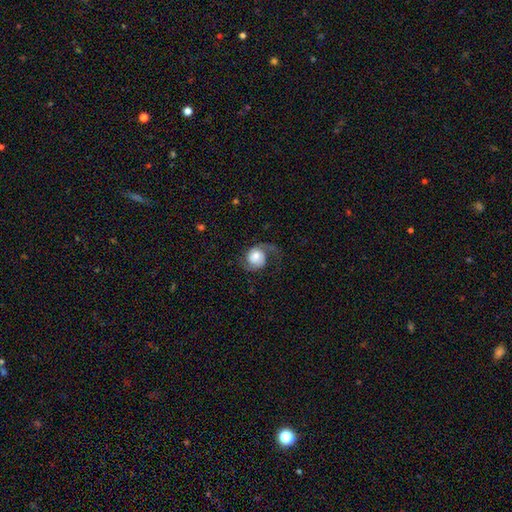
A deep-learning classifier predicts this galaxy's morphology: Smooth or featured? featured or disk (66%)
Edge-on disk? no (98%)
Bar? no (70%)
Spiral arms? yes (94%)
Spiral winding? loose (49%)
Spiral arm count? 2 (71%)
Bulge size? moderate (37%)
Merging? none (55%)